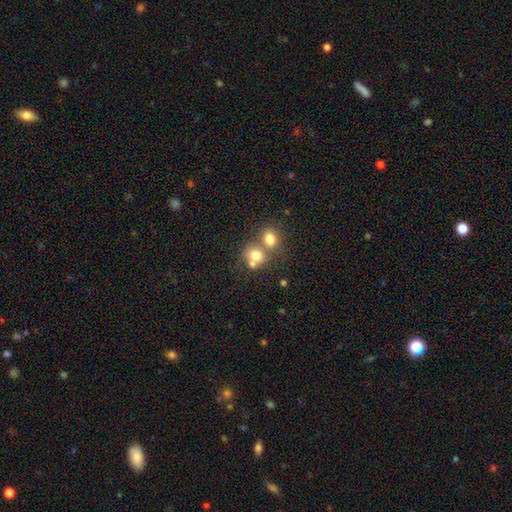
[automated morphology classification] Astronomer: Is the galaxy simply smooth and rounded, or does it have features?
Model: smooth — 73%.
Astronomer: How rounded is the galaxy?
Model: round — 69%.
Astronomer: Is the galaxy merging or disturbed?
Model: merger — 54% (runner-up: none, 35%).